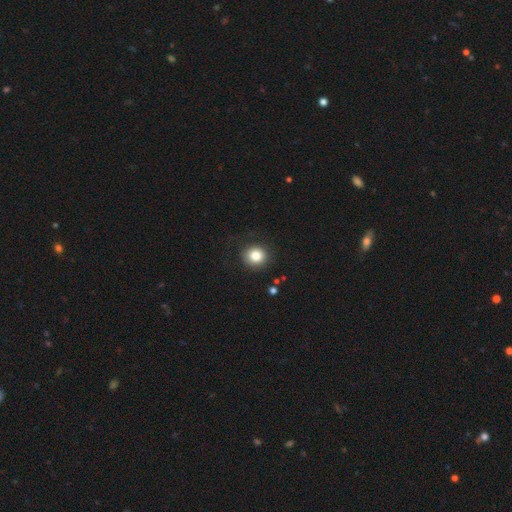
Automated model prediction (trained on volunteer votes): A smooth galaxy with no disk features (83%) that is round (89%).

Vote fractions:
- Smooth or featured? smooth: 83% / star or artifact: 10% / featured or disk: 7%
- How rounded? round: 89% / in between: 10% / cigar-shaped: 1%
- Merging? none: 86% / minor disturbance: 9% / major disturbance: 4% / merger: 1%